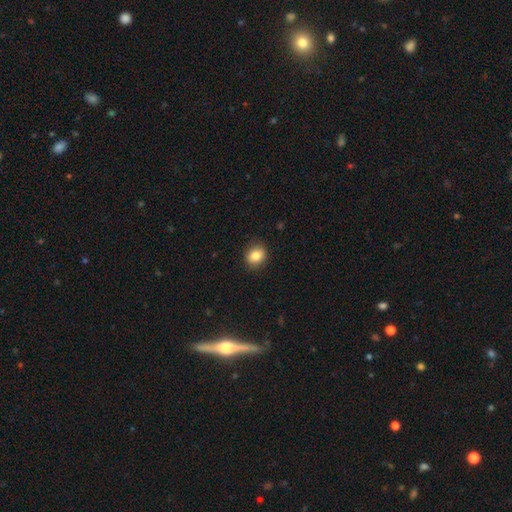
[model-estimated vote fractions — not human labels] This appears to be a smooth galaxy with no disk features (84%) that is round (60%). Merging: none (88%).